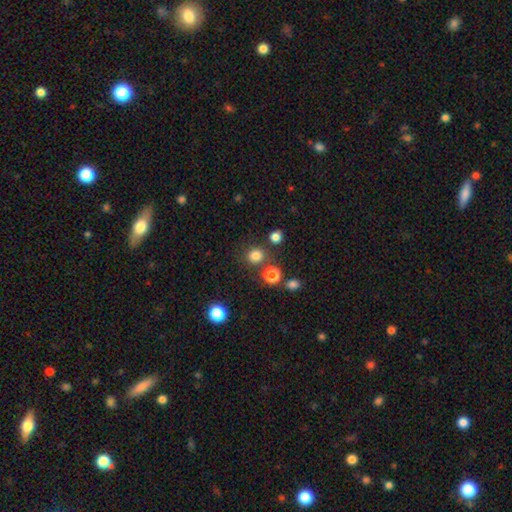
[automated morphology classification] smooth_or_featured: smooth (p=0.79) [alt: star or artifact p=0.16]
how_rounded: round (p=0.87) [alt: in between p=0.12]
merging: none (p=0.79) [alt: merger p=0.09]